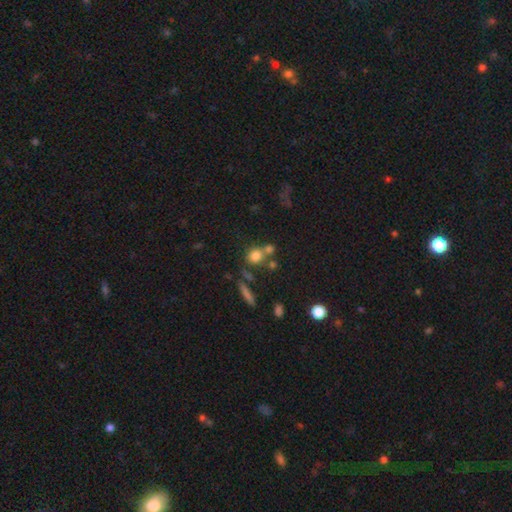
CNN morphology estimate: Smooth or featured: smooth — 74% (star or artifact — 14%)
How rounded: round — 76% (in between — 20%)
Merging: none — 50% (merger — 34%)